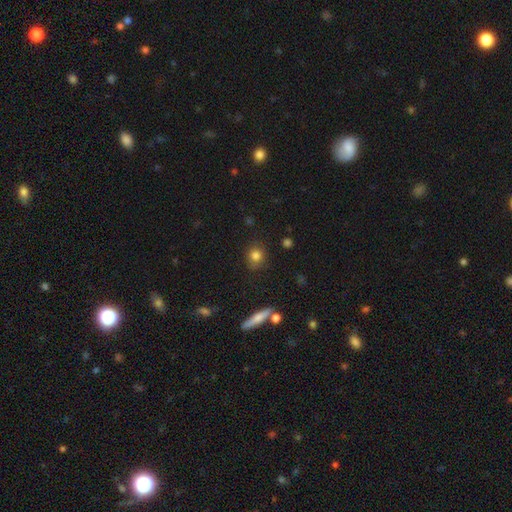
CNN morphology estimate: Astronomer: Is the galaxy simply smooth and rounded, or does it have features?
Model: smooth — 81%.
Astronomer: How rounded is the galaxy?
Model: round — 77%.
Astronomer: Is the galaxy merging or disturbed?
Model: none — 82%.